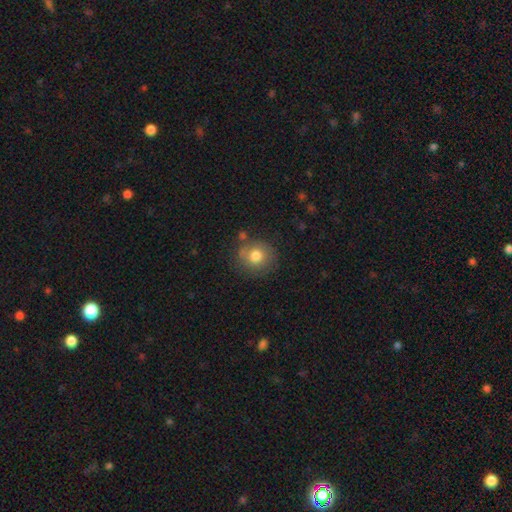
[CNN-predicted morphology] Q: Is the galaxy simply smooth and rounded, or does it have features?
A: smooth — 77%.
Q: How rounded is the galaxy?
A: round — 86%.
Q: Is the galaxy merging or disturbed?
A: none — 74%.